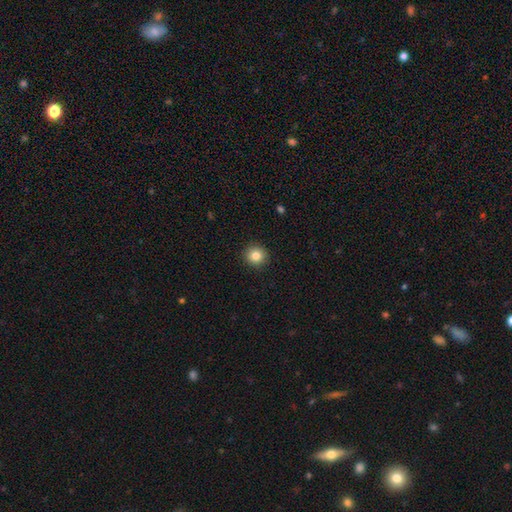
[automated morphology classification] A smooth galaxy with no disk features (83%) that is round (93%).

Vote fractions:
- Smooth or featured? smooth: 83% / star or artifact: 10% / featured or disk: 7%
- How rounded? round: 93% / in between: 6% / cigar-shaped: 1%
- Merging? none: 92% / minor disturbance: 5% / major disturbance: 2% / merger: 1%